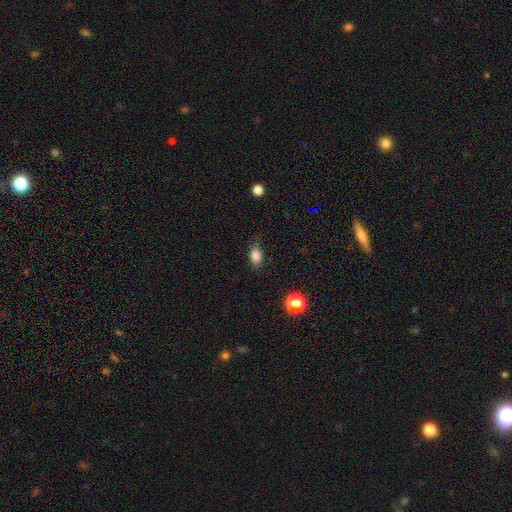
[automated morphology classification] Smooth or featured? smooth (83%)
How rounded? in between (80%)
Merging? none (72%)